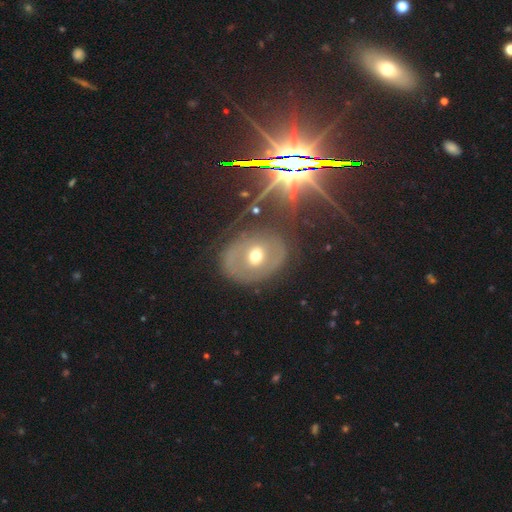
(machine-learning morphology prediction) Smooth or featured: featured or disk — 52% (smooth — 35%)
Edge-on disk: no — 93% (yes — 7%)
Merging: none — 73% (minor disturbance — 15%)